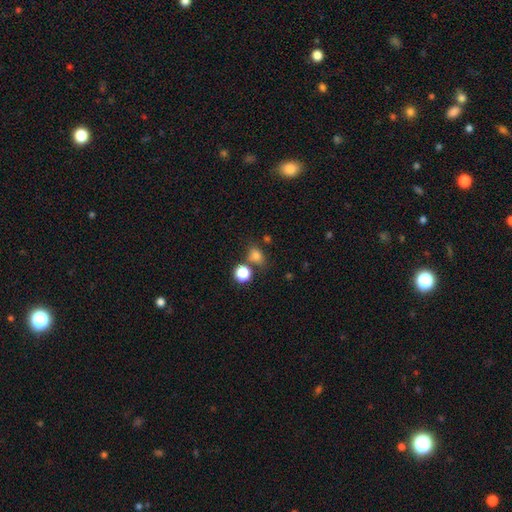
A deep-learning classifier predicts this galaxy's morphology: smooth 77%, star or artifact 16%, featured or disk 8%. Down the decision tree: how rounded — in between (60%); merging — none (65%).